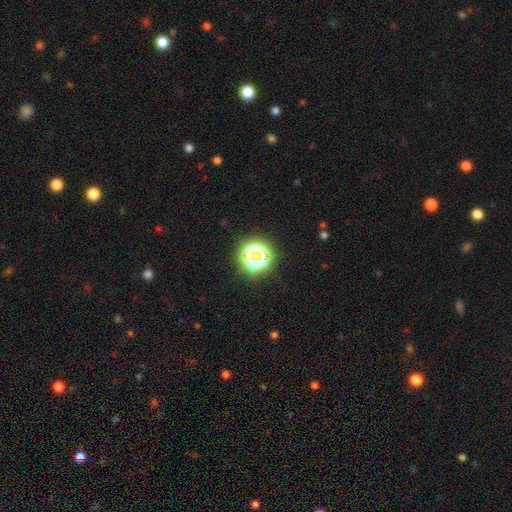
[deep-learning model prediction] smooth_or_featured: star or artifact (p=0.66) [alt: smooth p=0.24]